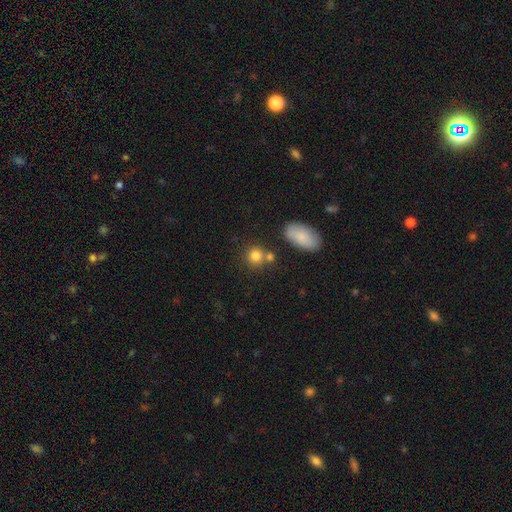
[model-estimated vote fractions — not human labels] smooth_or_featured: smooth (p=0.81) [alt: star or artifact p=0.11]
how_rounded: round (p=0.83) [alt: in between p=0.16]
merging: none (p=0.65) [alt: merger p=0.20]